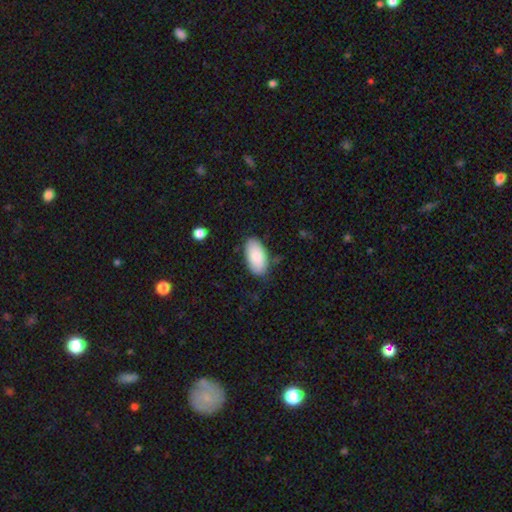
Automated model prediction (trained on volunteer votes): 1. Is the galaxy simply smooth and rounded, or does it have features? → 87% smooth, 7% featured or disk, 6% star or artifact.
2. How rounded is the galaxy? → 95% in between, 3% cigar-shaped, 2% round.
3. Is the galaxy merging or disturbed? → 83% none, 13% minor disturbance, 3% major disturbance, 1% merger.